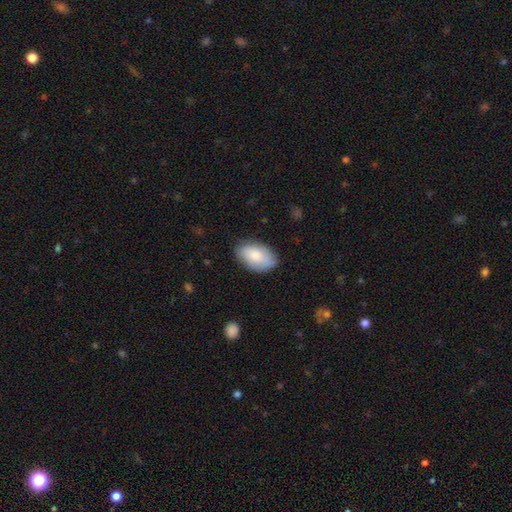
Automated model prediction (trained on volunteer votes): smooth 78%, featured or disk 16%, star or artifact 6%. Down the decision tree: how rounded — in between (93%); merging — none (79%).